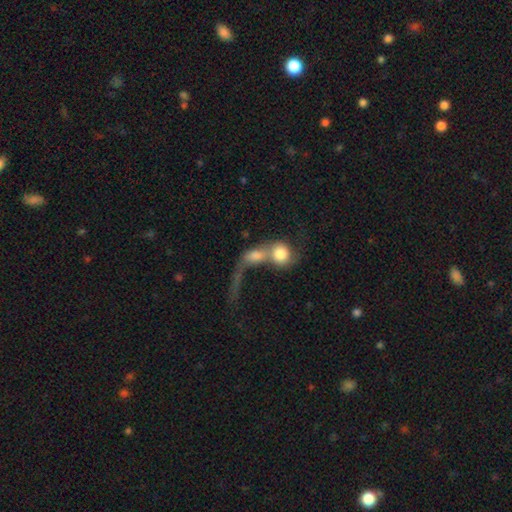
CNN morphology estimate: Smooth or featured? smooth (62%)
How rounded? round (50%)
Merging? merger (76%)